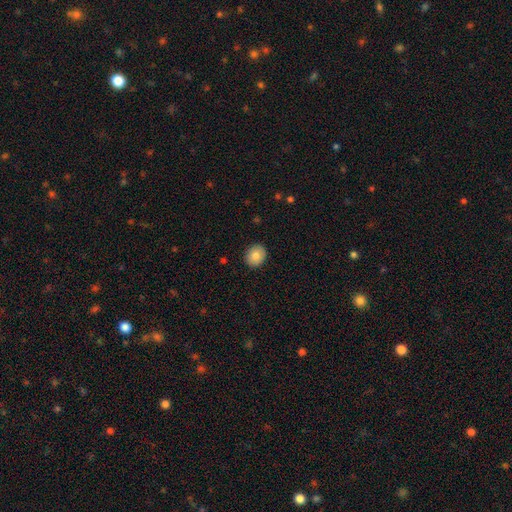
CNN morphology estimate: The model was most divided on "how rounded": round: 68%, in between: 31%, cigar-shaped: 1%. More confident: merging — none (90%); smooth or featured — smooth (83%).